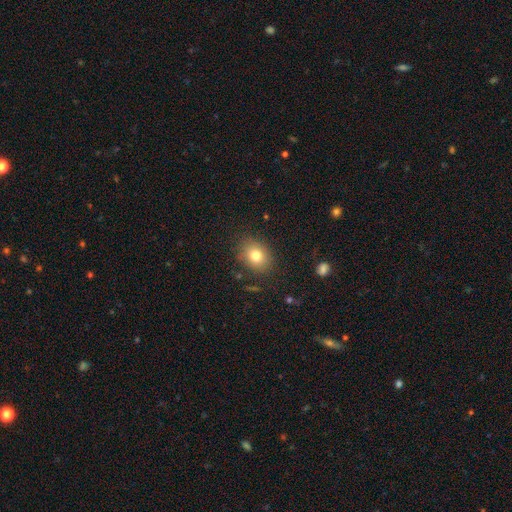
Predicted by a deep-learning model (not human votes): The model was most divided on "how rounded": round: 50%, in between: 49%, cigar-shaped: 1%. More confident: merging — none (84%); smooth or featured — smooth (78%).